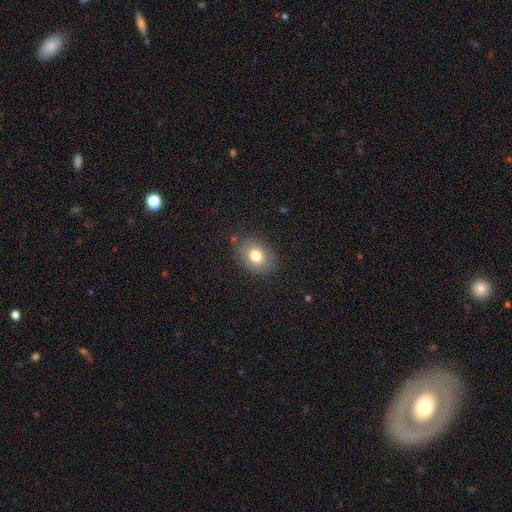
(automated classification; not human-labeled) smooth-or-featured: smooth: 76% | featured or disk: 14% | star or artifact: 9%
  how-rounded: in between: 69% | round: 30% | cigar-shaped: 1%
  merging: none: 81% | minor disturbance: 13% | major disturbance: 4% | merger: 2%